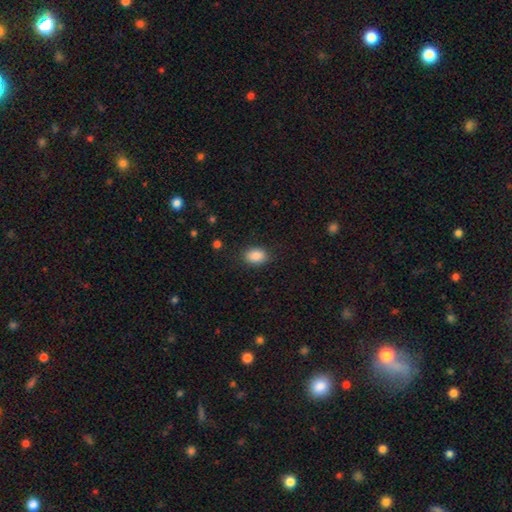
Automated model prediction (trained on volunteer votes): Smooth or featured? smooth (88%)
How rounded? in between (77%)
Merging? none (86%)